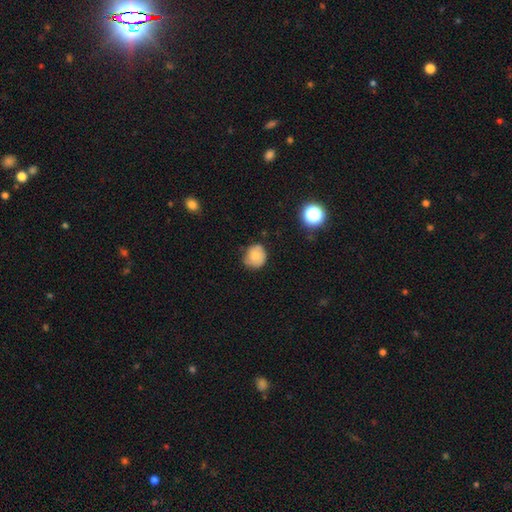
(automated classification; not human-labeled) Smooth or featured? Predicted: smooth (p=0.72). How rounded? Predicted: round (p=0.79). Merging? Predicted: none (p=0.65).